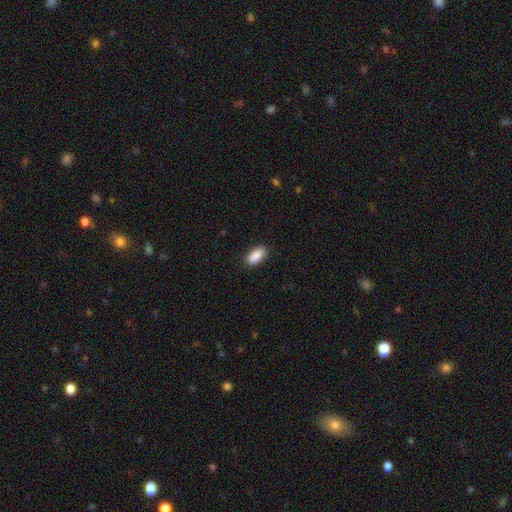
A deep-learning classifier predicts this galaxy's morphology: A smooth galaxy with no disk features (90%) that is in between round and cigar-shaped (90%). Merging: none (88%).